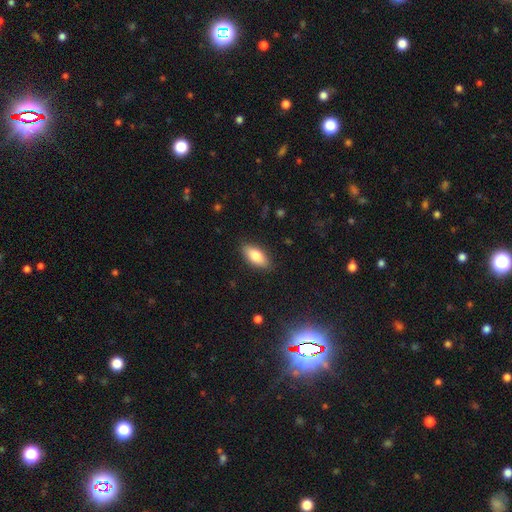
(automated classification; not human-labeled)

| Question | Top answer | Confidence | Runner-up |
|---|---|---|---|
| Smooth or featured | smooth | 80% | featured or disk (13%) |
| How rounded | in between | 85% | cigar-shaped (12%) |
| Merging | none | 86% | minor disturbance (10%) |